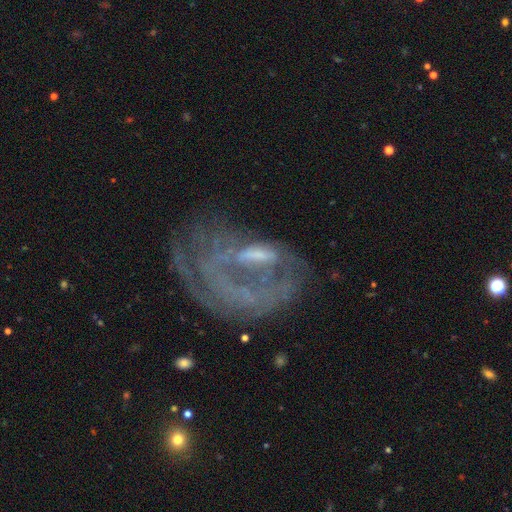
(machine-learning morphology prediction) smooth-or-featured: featured or disk: 71% | smooth: 17% | star or artifact: 12%
  disk-edge-on: no: 95% | yes: 5%
    bar: no: 45% | weak: 34% | strong: 21%
    has-spiral-arms: no: 50% (tied) | yes: 50% (tied)
    bulge-size: none: 38% | small: 29% | moderate: 27% | large: 5% | dominant: 2%
  merging: major disturbance: 49% | none: 29% | minor disturbance: 17% | merger: 6%